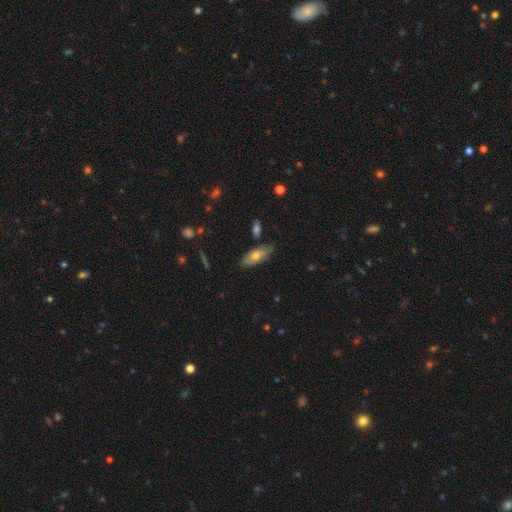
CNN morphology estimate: smooth 65%, featured or disk 28%, star or artifact 7%. Down the decision tree: how rounded — in between (79%); merging — none (74%).